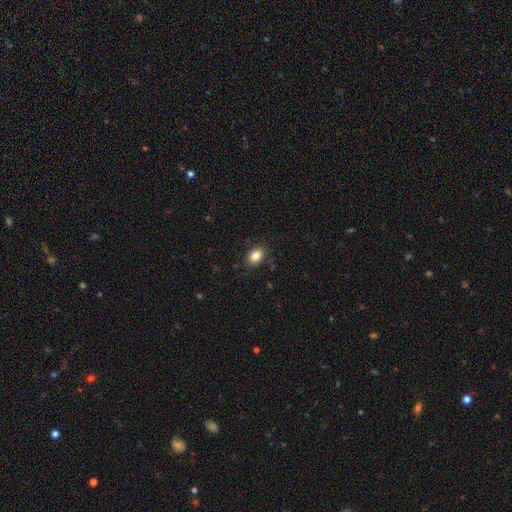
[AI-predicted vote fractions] A smooth galaxy with no disk features (85%) that is in between round and cigar-shaped (80%). Merging: none (86%).